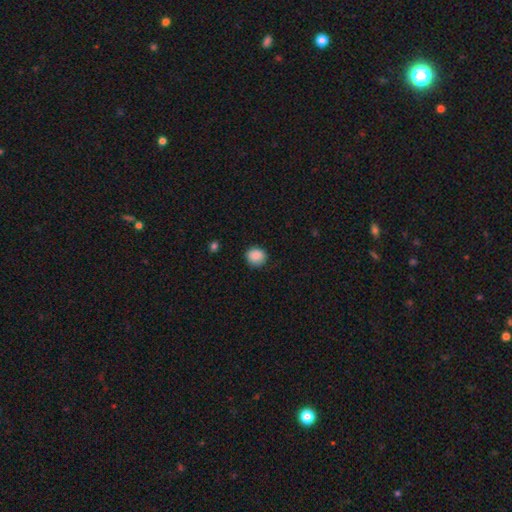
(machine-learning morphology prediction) Smooth or featured? smooth (88%)
How rounded? round (82%)
Merging? none (84%)